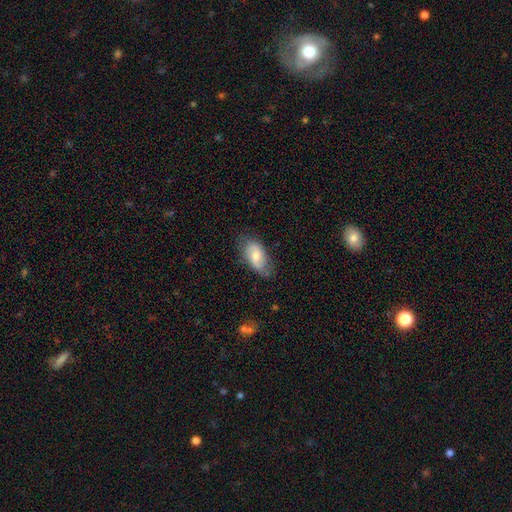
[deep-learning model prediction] Overall: smooth (61%; featured or disk 32%). How rounded: in between (92%). Merging: none (69%).